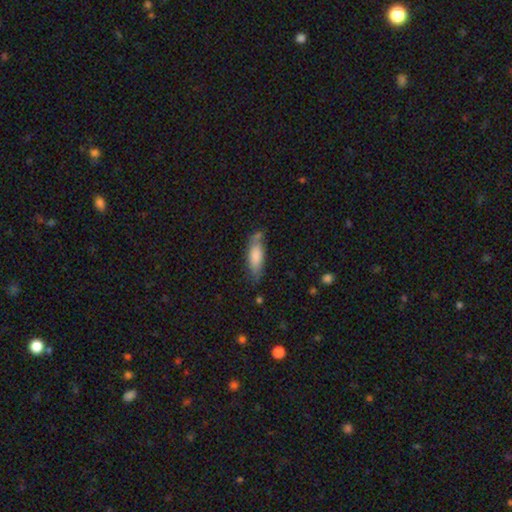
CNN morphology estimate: Q: Smooth or featured?
A: smooth (79%); runner-up: featured or disk (14%)
Q: How rounded?
A: in between (64%); runner-up: cigar-shaped (34%)
Q: Merging?
A: none (58%); runner-up: minor disturbance (26%)